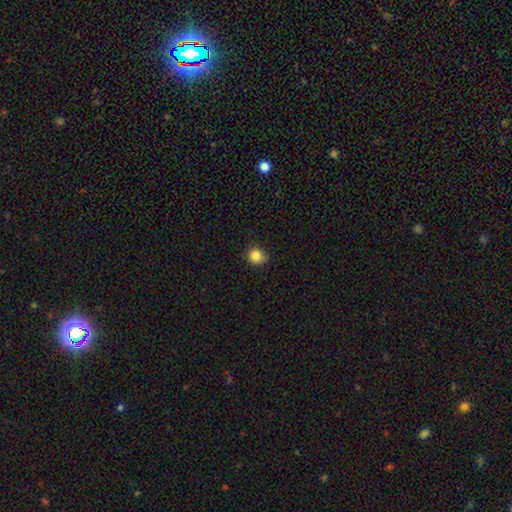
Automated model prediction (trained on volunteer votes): This is clearly a smooth galaxy (85%). How rounded: clearly round (86%). Merging: clearly none (82%).